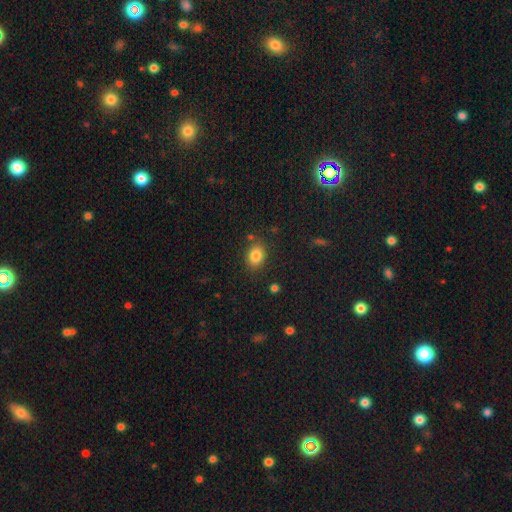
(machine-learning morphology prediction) smooth 84%, star or artifact 10%, featured or disk 6%. Down the decision tree: how rounded — in between (61%); merging — none (82%).